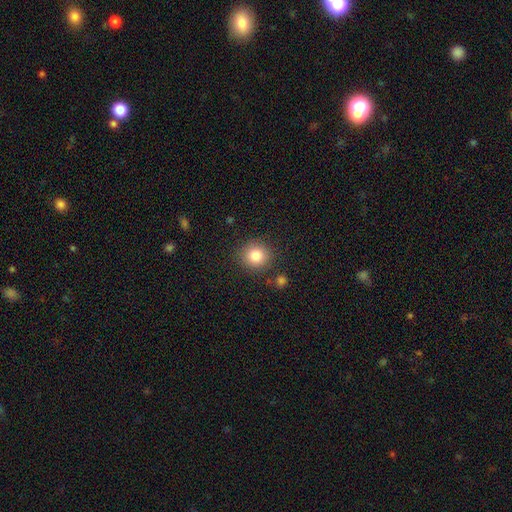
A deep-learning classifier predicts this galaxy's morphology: Overall: smooth (82%). How rounded: round (90%). Merging: none (86%).